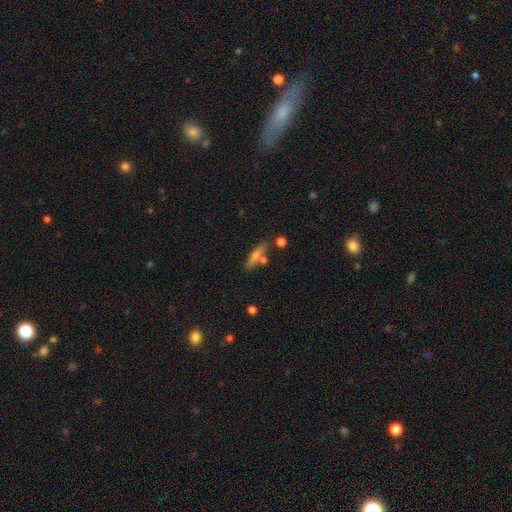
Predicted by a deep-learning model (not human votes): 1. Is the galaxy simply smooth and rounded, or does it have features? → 54% smooth, 35% featured or disk, 10% star or artifact.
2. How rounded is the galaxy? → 76% cigar-shaped, 20% in between, 4% round.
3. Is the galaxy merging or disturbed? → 73% none, 13% minor disturbance, 11% merger, 4% major disturbance.